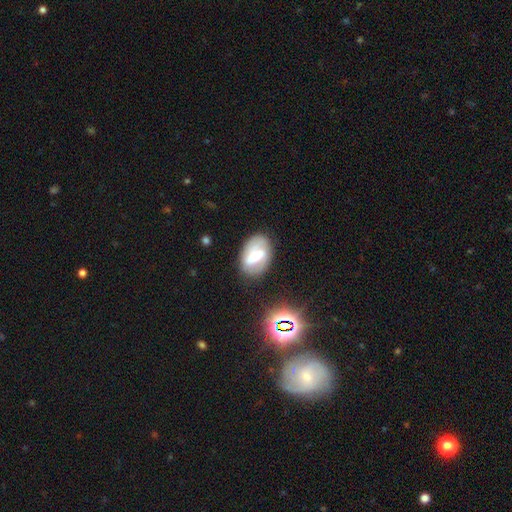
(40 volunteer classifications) Smooth or featured? featured or disk (68%)
Edge-on disk? no (96%)
Bar? strong (69%)
Spiral arms? yes (58%)
Spiral winding? medium (60%)
Spiral arm count? 2 (87%)
Bulge size? moderate (50%)
Merging? none (78%)